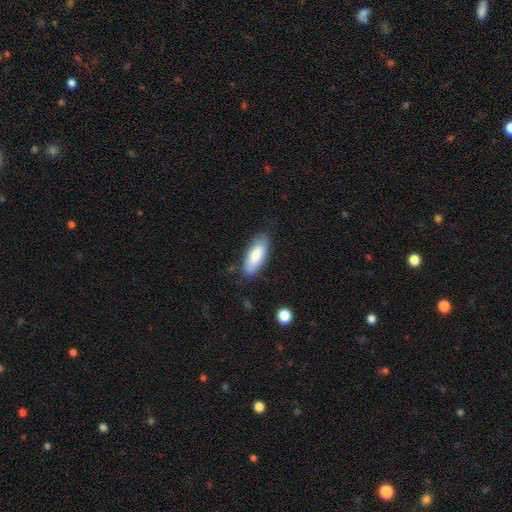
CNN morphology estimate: Smooth or featured? smooth (81%)
How rounded? in between (79%)
Merging? none (77%)